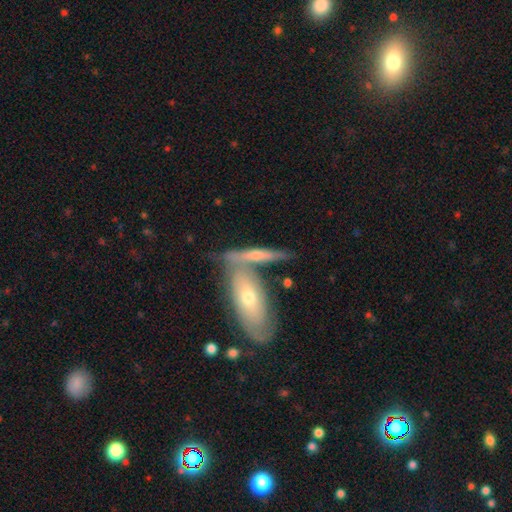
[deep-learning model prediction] This is possibly a featured or disk galaxy (52%). It is likely viewed edge-on (70%). Merging: possibly none (51%).